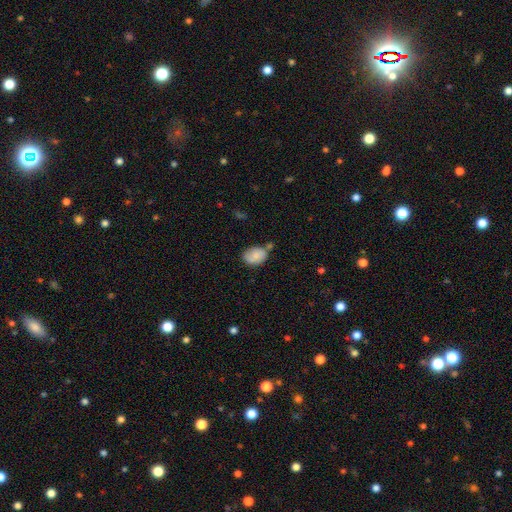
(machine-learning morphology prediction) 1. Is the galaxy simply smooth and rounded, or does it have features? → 80% smooth, 12% featured or disk, 8% star or artifact.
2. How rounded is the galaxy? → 74% in between, 25% round, 1% cigar-shaped.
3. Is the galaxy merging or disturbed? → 56% none, 24% minor disturbance, 14% merger, 6% major disturbance.